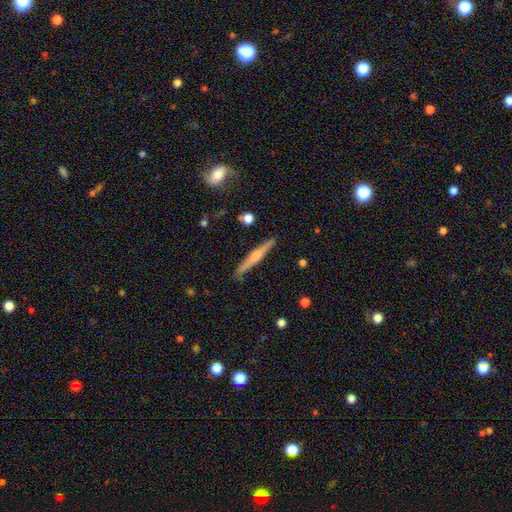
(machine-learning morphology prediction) Smooth or featured: featured or disk — 60% (smooth — 34%)
Edge-on disk: yes — 97% (no — 3%)
Edge-on bulge: rounded — 73% (none — 18%)
Merging: none — 89% (minor disturbance — 8%)